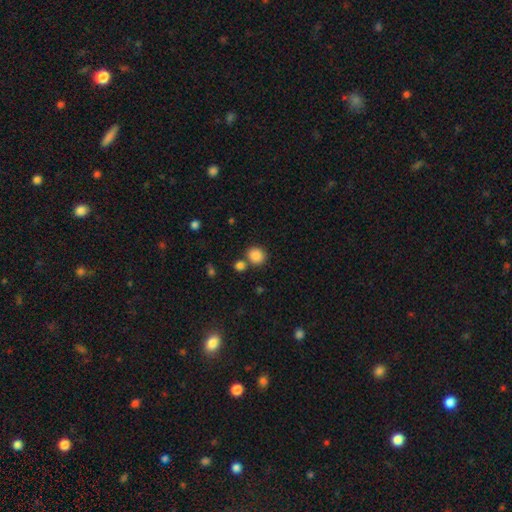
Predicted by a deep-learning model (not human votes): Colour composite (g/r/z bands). It shows a smooth galaxy with no disk features (86%) that is round (84%). Merging: none (71%).